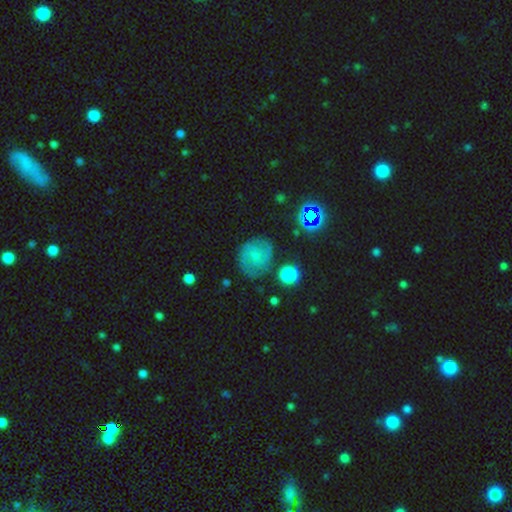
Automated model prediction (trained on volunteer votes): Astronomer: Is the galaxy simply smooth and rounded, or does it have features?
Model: featured or disk — 61%.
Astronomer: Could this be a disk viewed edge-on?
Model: no — 98%.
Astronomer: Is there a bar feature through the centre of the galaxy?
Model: no — 59% (runner-up: weak, 35%).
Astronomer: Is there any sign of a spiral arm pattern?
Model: yes — 91%.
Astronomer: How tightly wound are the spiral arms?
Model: medium — 44% (runner-up: tight, 42%).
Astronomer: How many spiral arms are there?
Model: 2 — 65%.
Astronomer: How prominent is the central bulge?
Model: small — 61%.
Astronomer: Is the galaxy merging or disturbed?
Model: none — 72%.